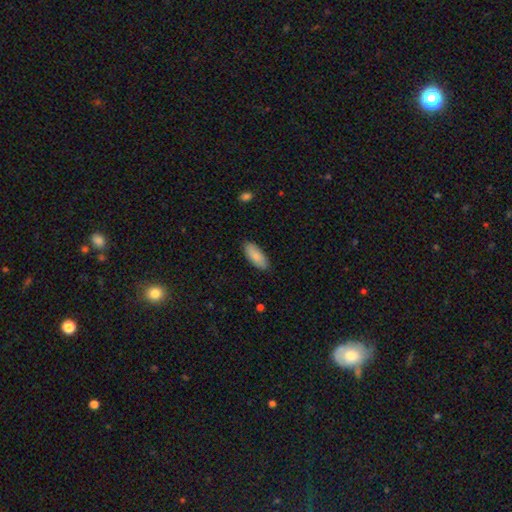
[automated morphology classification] The model was most divided on "how rounded": in between: 83%, cigar-shaped: 16%, round: 2%. More confident: merging — none (88%); smooth or featured — smooth (86%).